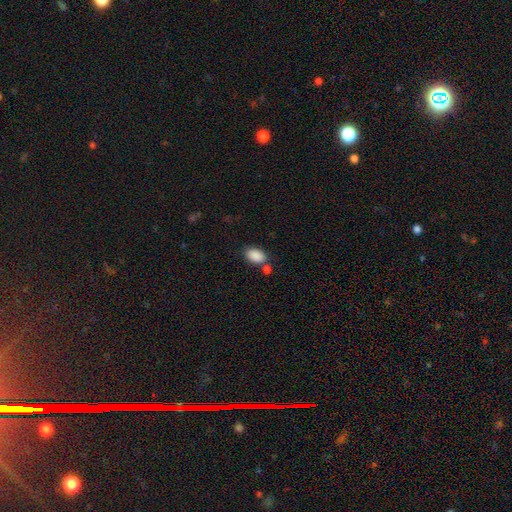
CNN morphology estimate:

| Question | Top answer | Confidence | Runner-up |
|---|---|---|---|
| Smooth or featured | smooth | 89% | star or artifact (8%) |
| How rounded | in between | 89% | round (10%) |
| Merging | none | 68% | merger (16%) |